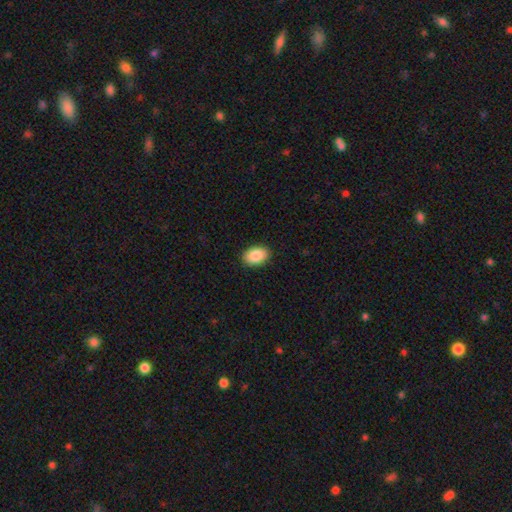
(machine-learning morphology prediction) A smooth galaxy with no disk features (88%) that is in between round and cigar-shaped (88%). Merging: none (90%).